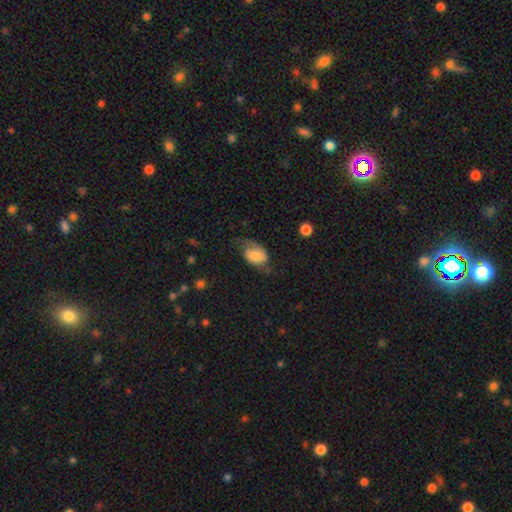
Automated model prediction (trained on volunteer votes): A smooth galaxy with no disk features (58%) that is in between round and cigar-shaped (78%).

Vote fractions:
- Smooth or featured? smooth: 58% / featured or disk: 35% / star or artifact: 8%
- How rounded? in between: 78% / round: 21% / cigar-shaped: 1%
- Merging? none: 45% / minor disturbance: 30% / major disturbance: 23% / merger: 2%